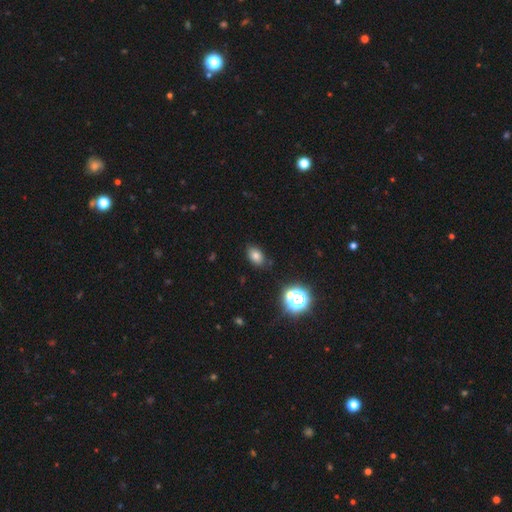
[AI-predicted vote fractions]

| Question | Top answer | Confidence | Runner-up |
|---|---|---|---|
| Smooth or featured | smooth | 75% | star or artifact (16%) |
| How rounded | in between | 82% | round (16%) |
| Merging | none | 84% | minor disturbance (11%) |